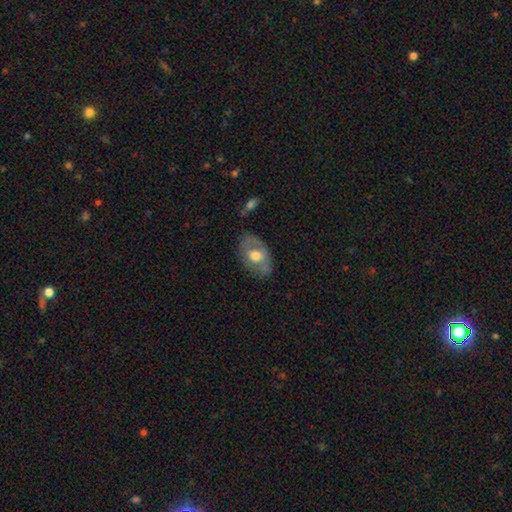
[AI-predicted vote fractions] This appears to be a smooth galaxy with no disk features (49%). Merging: none (70%).